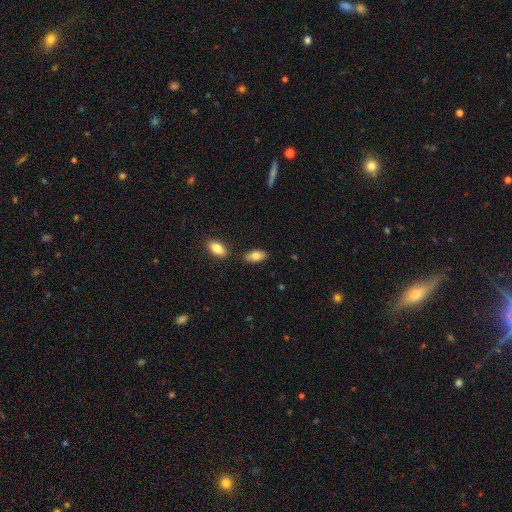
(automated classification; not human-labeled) Morphology: type=smooth (82%); roundness=in between (90%); merging=none (81%).